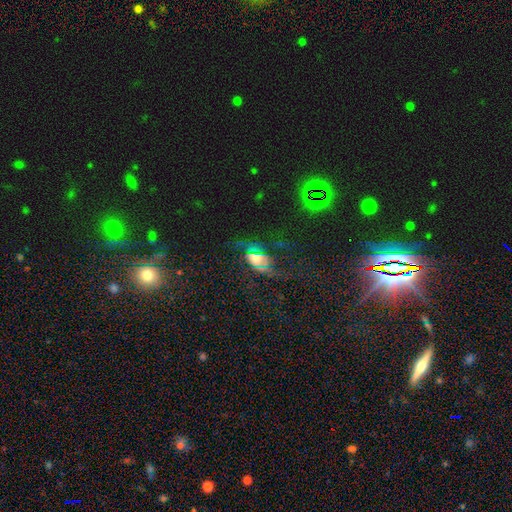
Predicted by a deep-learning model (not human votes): Q: Smooth or featured?
A: star or artifact (42%); runner-up: featured or disk (32%)